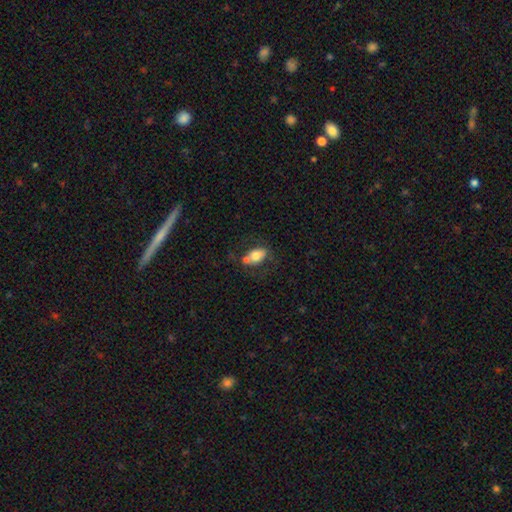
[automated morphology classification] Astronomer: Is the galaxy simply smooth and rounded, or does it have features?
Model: smooth — 71%.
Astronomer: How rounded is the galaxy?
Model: in between — 84%.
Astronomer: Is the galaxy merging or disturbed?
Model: none — 47% (runner-up: merger, 26%).